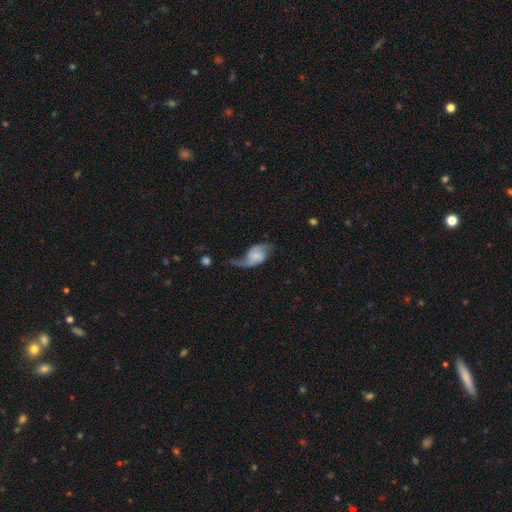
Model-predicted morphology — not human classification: Smooth or featured? featured or disk (70%)
Edge-on disk? no (97%)
Bar? no (55%)
Spiral arms? yes (91%)
Spiral winding? loose (69%)
Spiral arm count? 2 (82%)
Bulge size? none (43%)
Merging? none (40%)